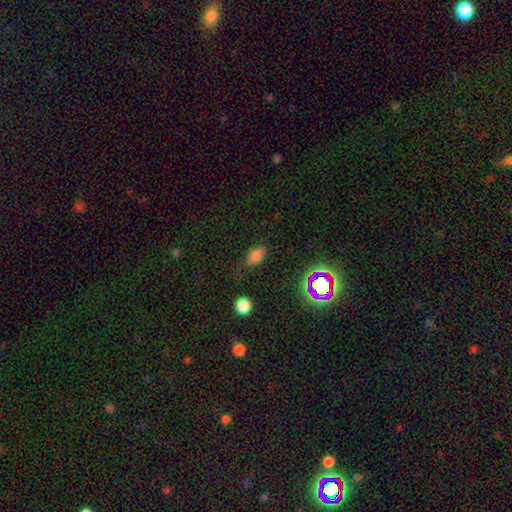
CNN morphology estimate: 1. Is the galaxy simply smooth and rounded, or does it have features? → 76% smooth, 17% star or artifact, 7% featured or disk.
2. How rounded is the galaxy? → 88% in between, 8% round, 3% cigar-shaped.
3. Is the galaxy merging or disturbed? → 73% none, 19% minor disturbance, 6% major disturbance, 2% merger.